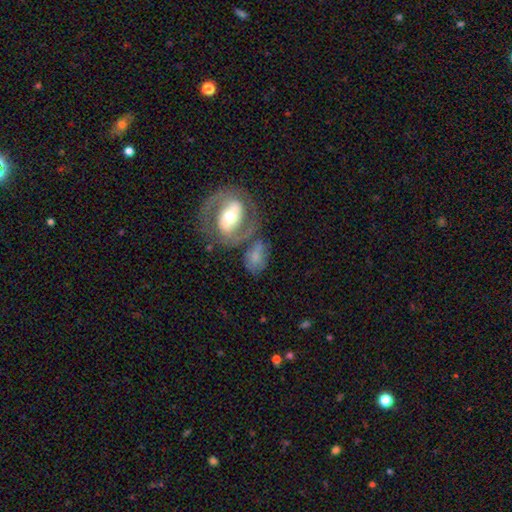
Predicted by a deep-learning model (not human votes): The model was most divided on "smooth or featured": featured or disk: 48%, smooth: 44%, star or artifact: 8%. More confident: merging — none (51%).